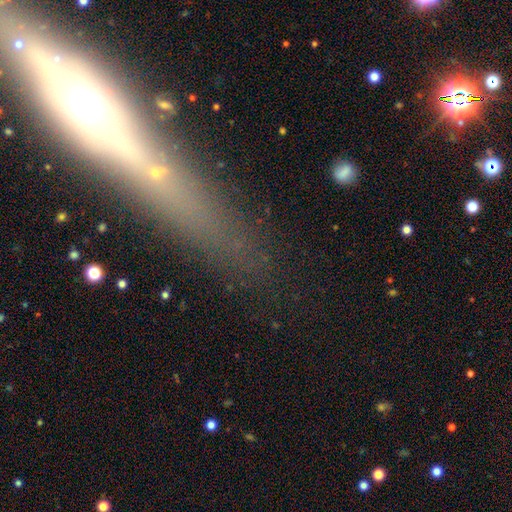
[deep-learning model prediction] Overall: featured or disk (44%; smooth 31%). Merging: none (71%).